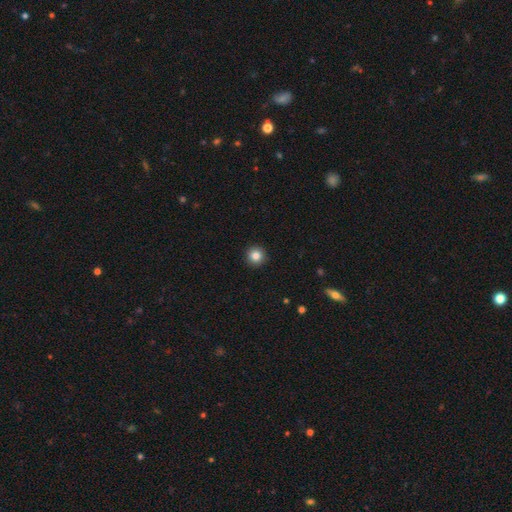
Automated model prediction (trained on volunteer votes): Morphology: type=smooth (84%); roundness=round (96%); merging=none (93%).